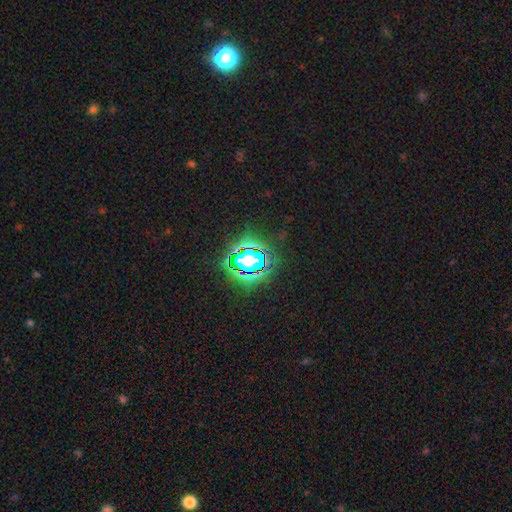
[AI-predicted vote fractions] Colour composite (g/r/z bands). It shows a star or artifact, not a galaxy (75%).